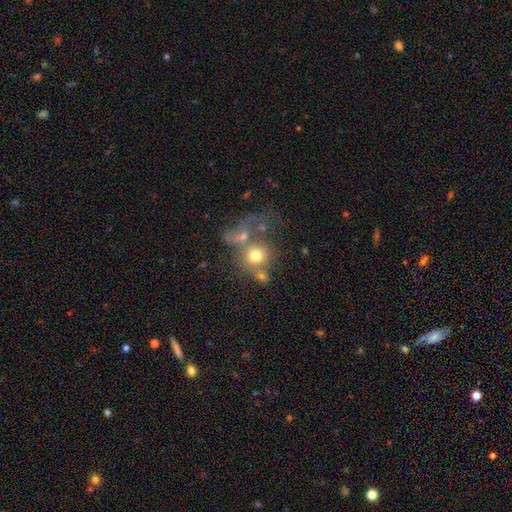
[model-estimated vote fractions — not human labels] smooth-or-featured: smooth: 67% | featured or disk: 19% | star or artifact: 14%
  how-rounded: round: 82% | in between: 17% | cigar-shaped: 1%
  merging: merger: 40% | none: 35% | major disturbance: 14% | minor disturbance: 11%